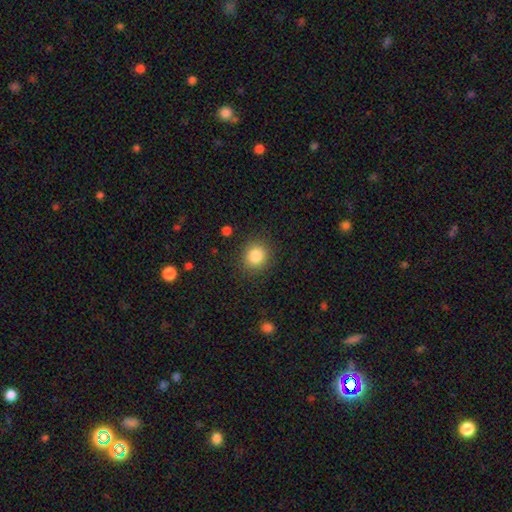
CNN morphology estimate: Overall: smooth (85%). How rounded: round (86%). Merging: none (87%).